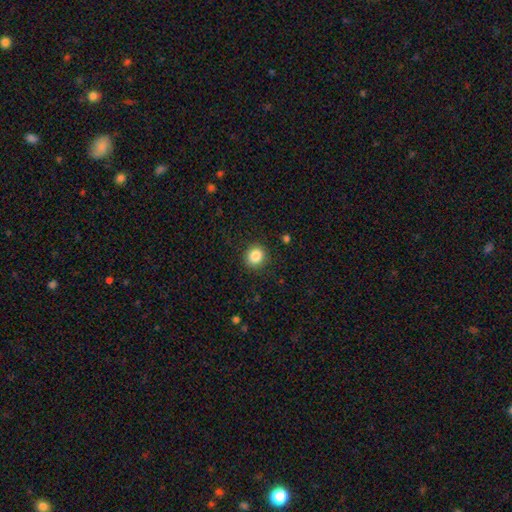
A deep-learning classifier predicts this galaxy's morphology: The model was most divided on "how rounded": round: 81%, in between: 18%, cigar-shaped: 1%. More confident: merging — none (89%); smooth or featured — smooth (86%).